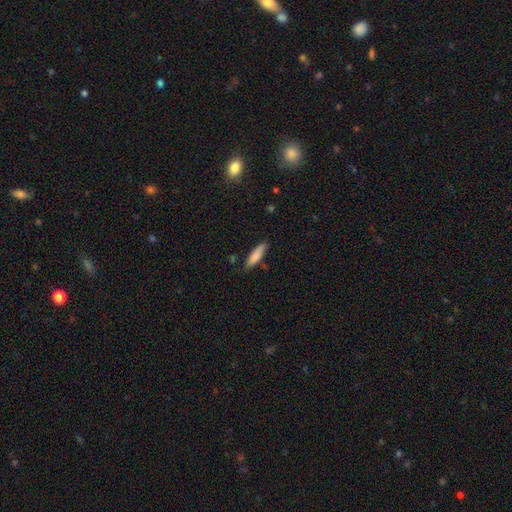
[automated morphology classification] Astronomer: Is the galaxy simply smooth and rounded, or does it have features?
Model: smooth — 84%.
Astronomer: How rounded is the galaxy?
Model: cigar-shaped — 67%.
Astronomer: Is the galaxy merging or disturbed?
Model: none — 80%.